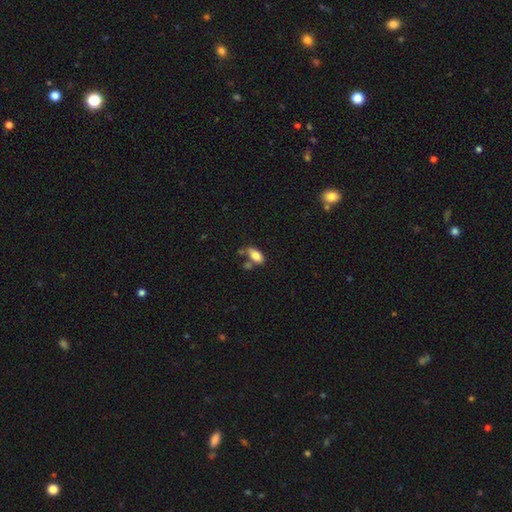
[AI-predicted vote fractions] Smooth or featured? Predicted: smooth (p=0.81). How rounded? Predicted: in between (p=0.89). Merging? Predicted: none (p=0.55).